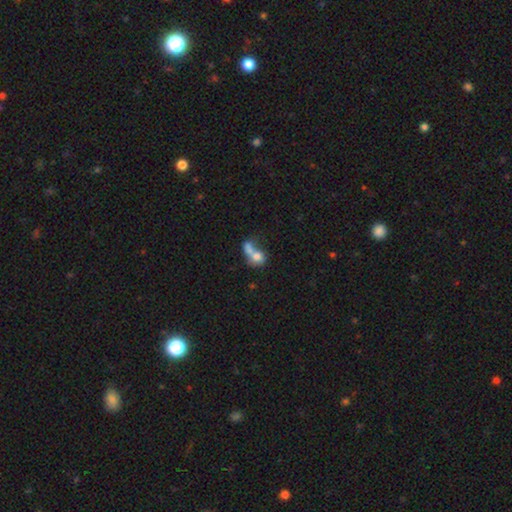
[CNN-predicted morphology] The model was most divided on "how rounded": round: 53%, in between: 45%, cigar-shaped: 2%. More confident: merging — merger (69%); smooth or featured — smooth (68%).